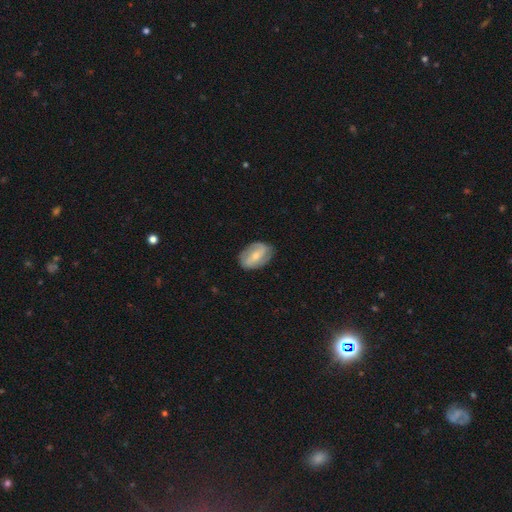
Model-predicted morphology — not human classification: Smooth or featured? Predicted: featured or disk (p=0.66). Edge-on disk? Predicted: no (p=0.95). Bar? Predicted: weak (p=0.38). Spiral arms? Predicted: yes (p=0.82). Spiral winding? Predicted: medium (p=0.40). Spiral arm count? Predicted: 2 (p=0.81). Bulge size? Predicted: small (p=0.55). Merging? Predicted: none (p=0.79).